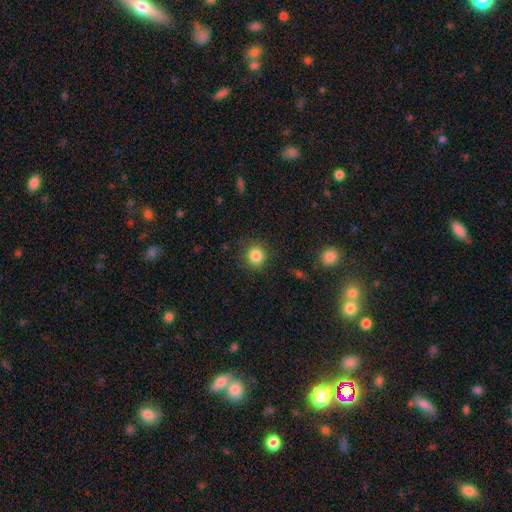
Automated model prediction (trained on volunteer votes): smooth-or-featured: smooth: 84% | star or artifact: 10% | featured or disk: 5%
  how-rounded: round: 89% | in between: 10% | cigar-shaped: 1%
  merging: none: 88% | minor disturbance: 8% | major disturbance: 3% | merger: 1%